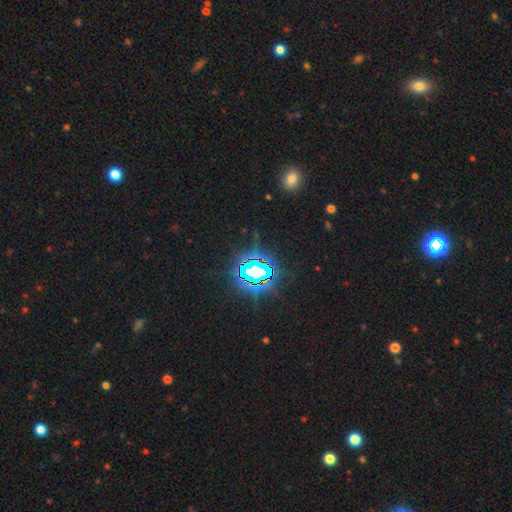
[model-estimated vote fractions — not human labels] This appears to be a star or artifact, not a galaxy (80%).